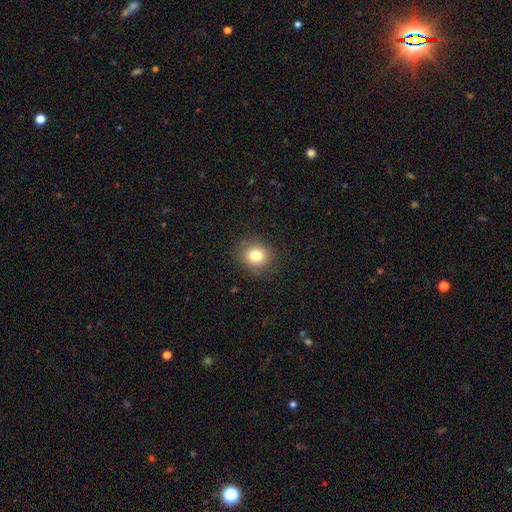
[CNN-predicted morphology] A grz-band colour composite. It shows a smooth galaxy with no disk features (80%) that is round (82%). Merging: none (87%).